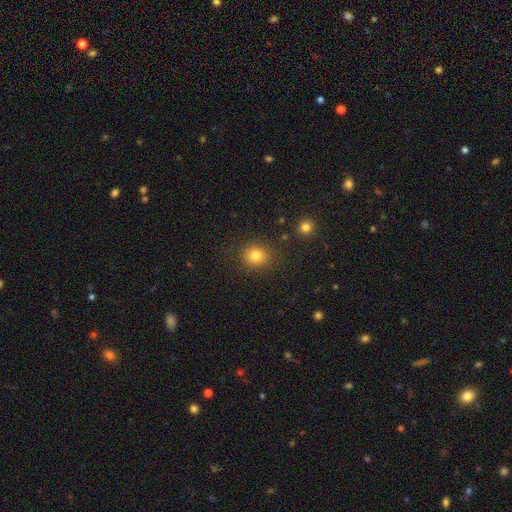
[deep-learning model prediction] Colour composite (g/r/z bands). It shows a smooth galaxy with no disk features (81%) that is round (80%). Merging: none (86%).